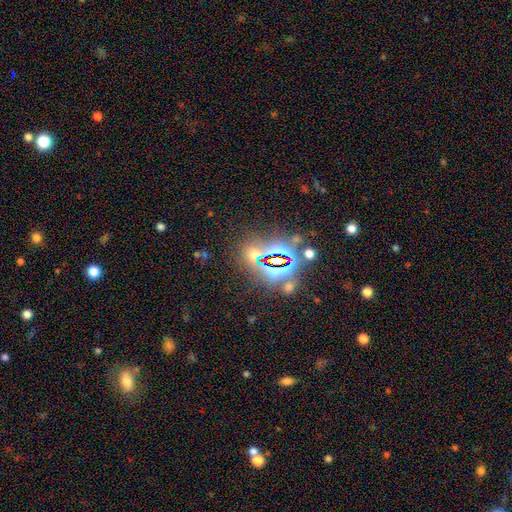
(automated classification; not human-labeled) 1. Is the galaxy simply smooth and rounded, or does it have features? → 73% star or artifact, 16% smooth, 11% featured or disk.